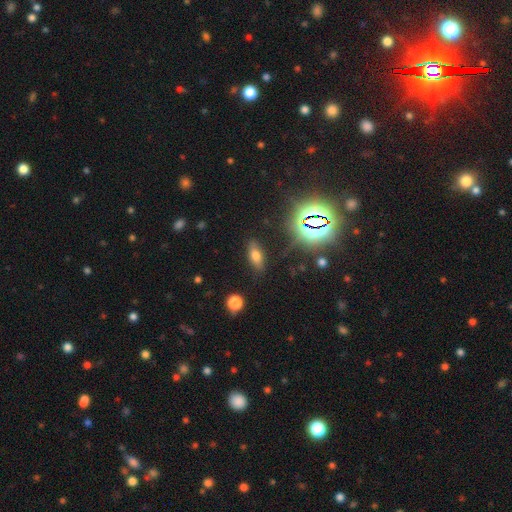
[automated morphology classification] Q: Smooth or featured?
A: smooth (65%); runner-up: star or artifact (19%)
Q: How rounded?
A: in between (79%); runner-up: cigar-shaped (16%)
Q: Merging?
A: none (83%); runner-up: minor disturbance (12%)